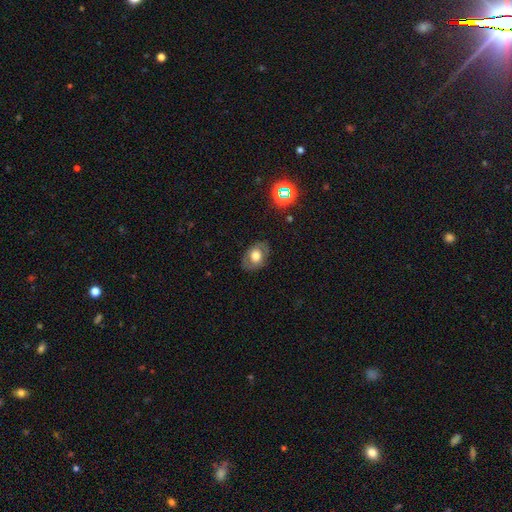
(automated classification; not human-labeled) This appears to be a smooth galaxy with no disk features (58%) that is in between round and cigar-shaped (72%). Merging: none (80%).